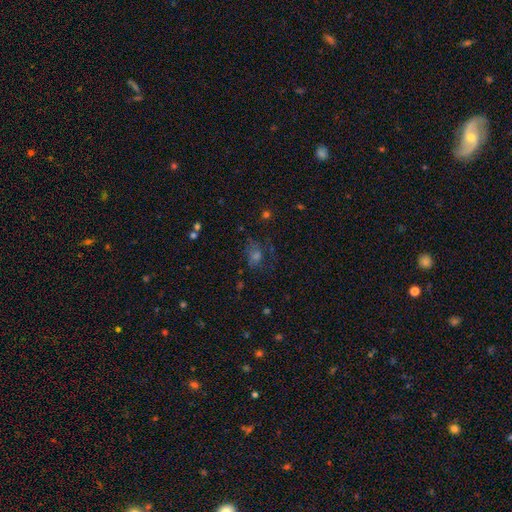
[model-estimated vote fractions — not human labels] smooth_or_featured: smooth (p=0.42) [alt: star or artifact p=0.33]
merging: none (p=0.54) [alt: major disturbance p=0.23]